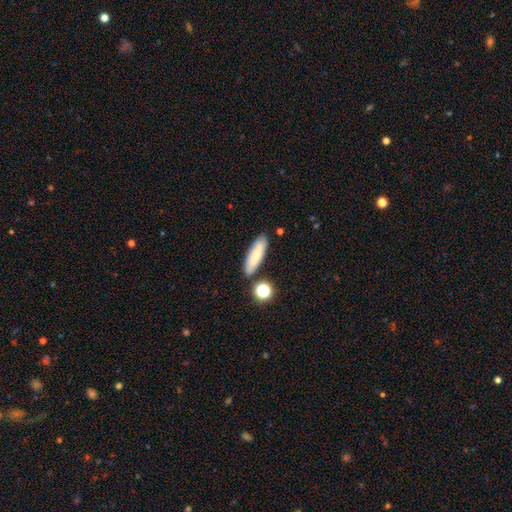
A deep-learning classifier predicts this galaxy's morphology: Q: Smooth or featured?
A: smooth (79%); runner-up: featured or disk (13%)
Q: How rounded?
A: cigar-shaped (53%); runner-up: in between (44%)
Q: Merging?
A: none (78%); runner-up: minor disturbance (13%)